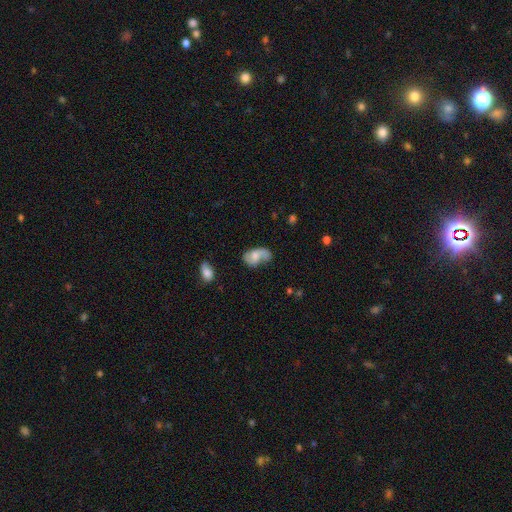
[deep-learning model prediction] The model was most divided on "bulge size": moderate: 40%, small: 28%, none: 19%, large: 11%, dominant: 2%. Remaining: edge-on disk — no (96%); spiral arms — yes (85%); bar — no (63%); smooth or featured — featured or disk (53%); merging — none (46%).